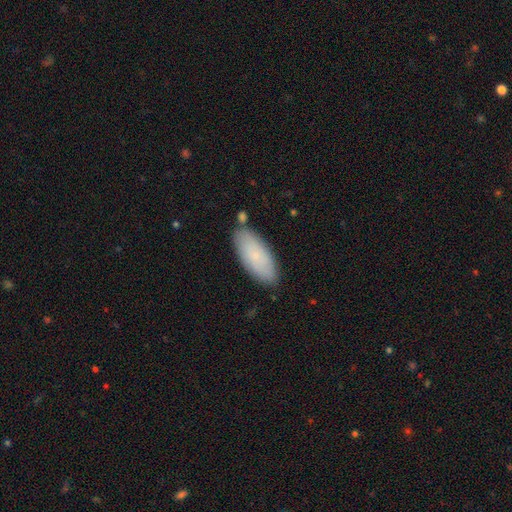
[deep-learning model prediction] This is likely a smooth galaxy (78%). How rounded: clearly in between (84%). Merging: likely none (80%).